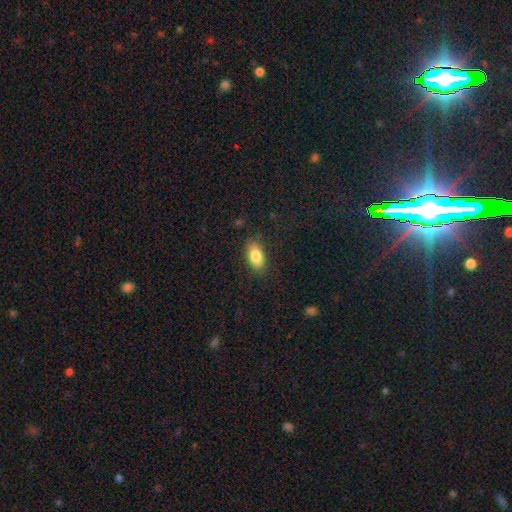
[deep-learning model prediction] A smooth galaxy with no disk features (84%) that is in between round and cigar-shaped (90%).

Vote fractions:
- Smooth or featured? smooth: 84% / featured or disk: 9% / star or artifact: 7%
- How rounded? in between: 90% / cigar-shaped: 6% / round: 4%
- Merging? none: 85% / minor disturbance: 11% / major disturbance: 3% / merger: 1%